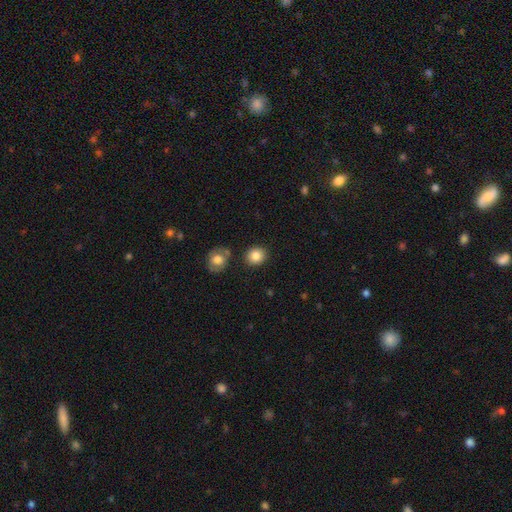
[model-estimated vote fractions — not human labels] This appears to be a smooth galaxy with no disk features (85%) that is round (75%). Merging: none (82%).